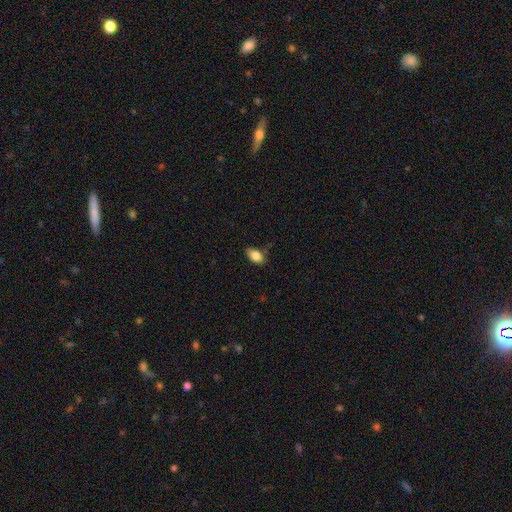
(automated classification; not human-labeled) smooth_or_featured: smooth (p=0.84) [alt: featured or disk p=0.08]
how_rounded: in between (p=0.90) [alt: round p=0.08]
merging: none (p=0.74) [alt: minor disturbance p=0.20]